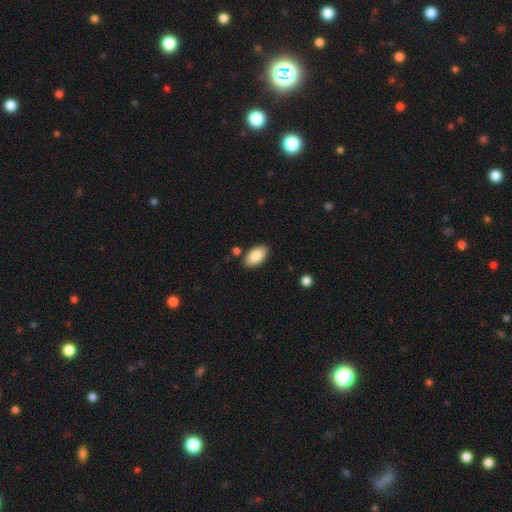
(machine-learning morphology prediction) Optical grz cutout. It shows a smooth galaxy with no disk features (85%) that is in between round and cigar-shaped (95%). Merging: none (85%).